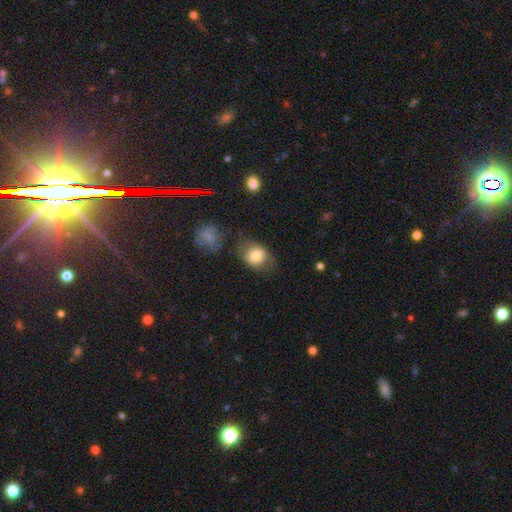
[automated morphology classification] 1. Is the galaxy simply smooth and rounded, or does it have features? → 74% smooth, 18% featured or disk, 8% star or artifact.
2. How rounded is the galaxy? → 52% in between, 47% round, 1% cigar-shaped.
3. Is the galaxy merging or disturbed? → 63% none, 21% minor disturbance, 10% major disturbance, 7% merger.